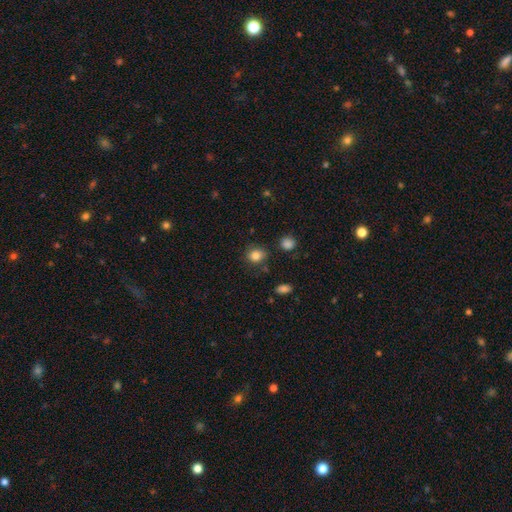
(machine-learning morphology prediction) smooth-or-featured: smooth: 83% | star or artifact: 11% | featured or disk: 6%
  how-rounded: round: 73% | in between: 26% | cigar-shaped: 1%
  merging: none: 81% | minor disturbance: 12% | merger: 4% | major disturbance: 3%